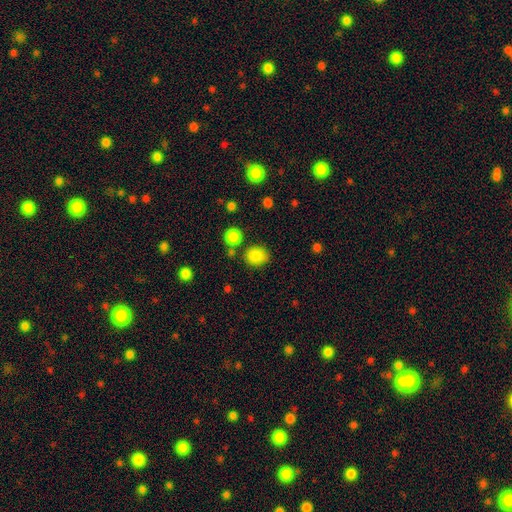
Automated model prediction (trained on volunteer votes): A smooth galaxy with no disk features (85%) that is round (65%).

Vote fractions:
- Smooth or featured? smooth: 85% / star or artifact: 11% / featured or disk: 4%
- How rounded? round: 65% / in between: 34% / cigar-shaped: 1%
- Merging? none: 78% / minor disturbance: 12% / merger: 6% / major disturbance: 4%